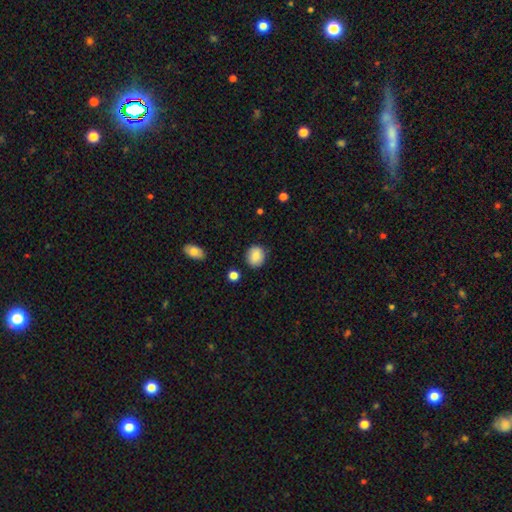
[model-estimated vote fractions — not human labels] Morphology: type=smooth (84%); roundness=round (73%); merging=none (84%).